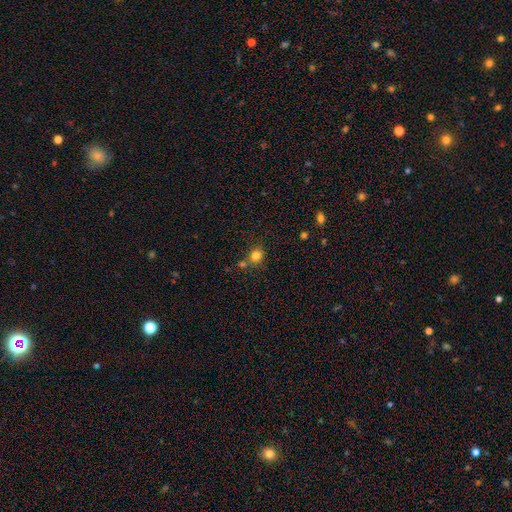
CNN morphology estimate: A smooth galaxy with no disk features (81%) that is round (74%).

Vote fractions:
- Smooth or featured? smooth: 81% / star or artifact: 13% / featured or disk: 6%
- How rounded? round: 74% / in between: 25% / cigar-shaped: 1%
- Merging? none: 65% / merger: 19% / minor disturbance: 12% / major disturbance: 4%